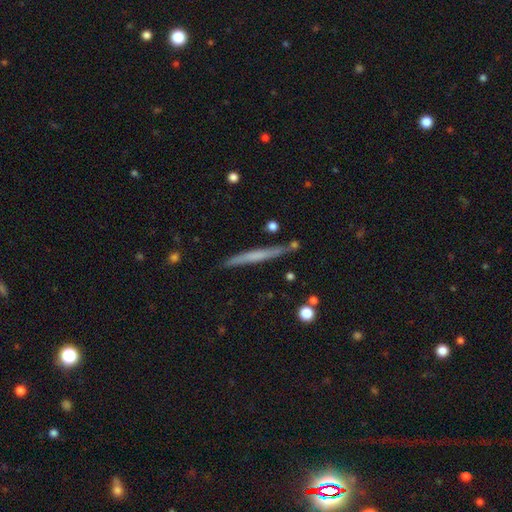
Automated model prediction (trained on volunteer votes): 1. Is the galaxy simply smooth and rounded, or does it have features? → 47% featured or disk, 46% smooth, 7% star or artifact.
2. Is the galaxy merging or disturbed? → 85% none, 10% minor disturbance, 3% merger, 2% major disturbance.